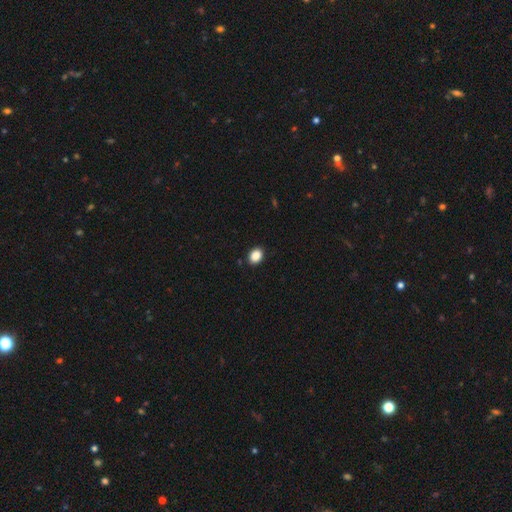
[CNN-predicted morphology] This appears to be a smooth galaxy with no disk features (89%) that is in between round and cigar-shaped (67%). Merging: none (90%).